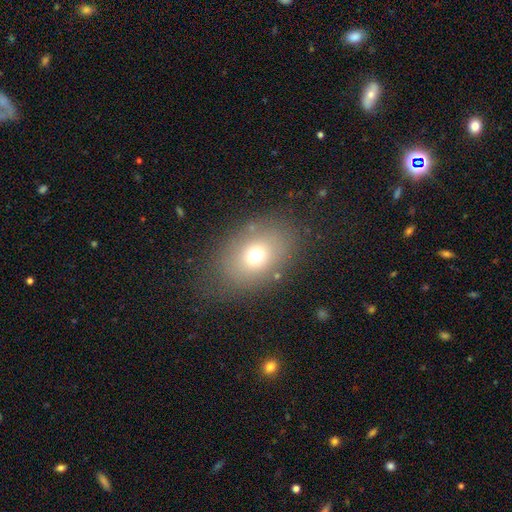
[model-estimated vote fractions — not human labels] smooth-or-featured: smooth: 70% | featured or disk: 16% | star or artifact: 14%
  how-rounded: in between: 70% | round: 29% | cigar-shaped: 1%
  merging: none: 76% | minor disturbance: 14% | major disturbance: 8% | merger: 2%